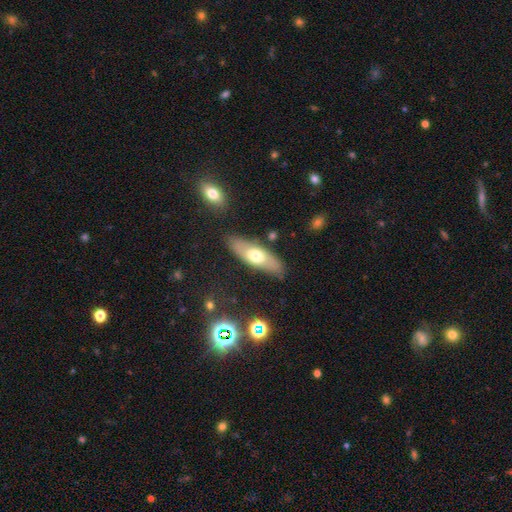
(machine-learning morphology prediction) smooth_or_featured: smooth (p=0.55) [alt: featured or disk p=0.38]
how_rounded: in between (p=0.59) [alt: cigar-shaped p=0.38]
merging: none (p=0.83) [alt: minor disturbance p=0.12]